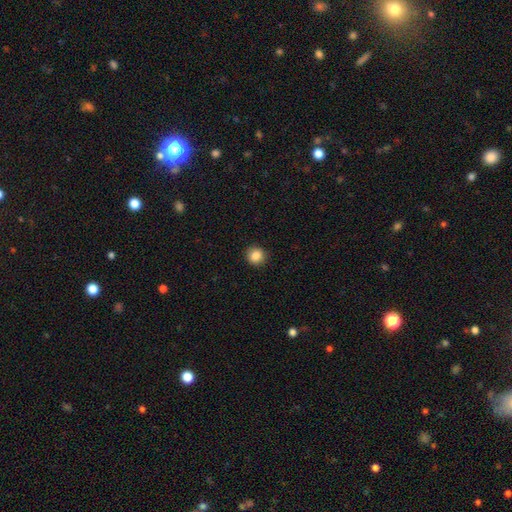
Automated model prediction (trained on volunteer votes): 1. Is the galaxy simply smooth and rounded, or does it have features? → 87% smooth, 10% star or artifact, 3% featured or disk.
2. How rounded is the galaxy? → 93% round, 6% in between, 1% cigar-shaped.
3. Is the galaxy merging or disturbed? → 92% none, 6% minor disturbance, 2% major disturbance, 1% merger.